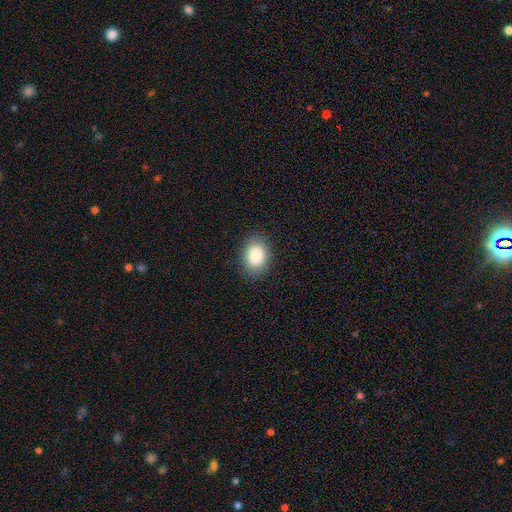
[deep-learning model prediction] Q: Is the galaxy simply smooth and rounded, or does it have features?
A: smooth — 87%.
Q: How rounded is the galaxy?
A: in between — 69%.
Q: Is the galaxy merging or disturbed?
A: none — 87%.